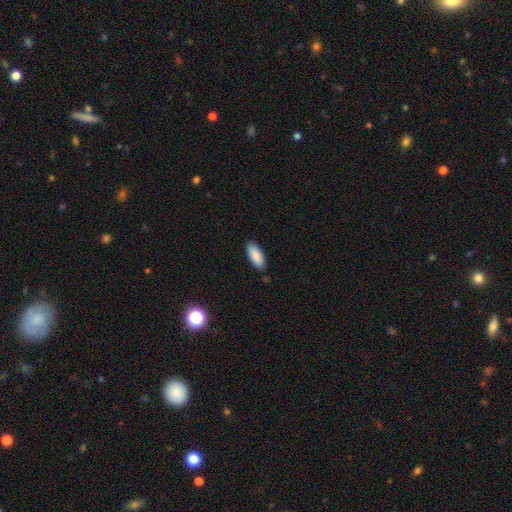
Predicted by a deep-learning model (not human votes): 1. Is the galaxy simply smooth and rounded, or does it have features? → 88% smooth, 6% star or artifact, 6% featured or disk.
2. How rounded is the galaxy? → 81% in between, 17% cigar-shaped, 2% round.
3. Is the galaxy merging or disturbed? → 86% none, 10% minor disturbance, 2% major disturbance, 1% merger.